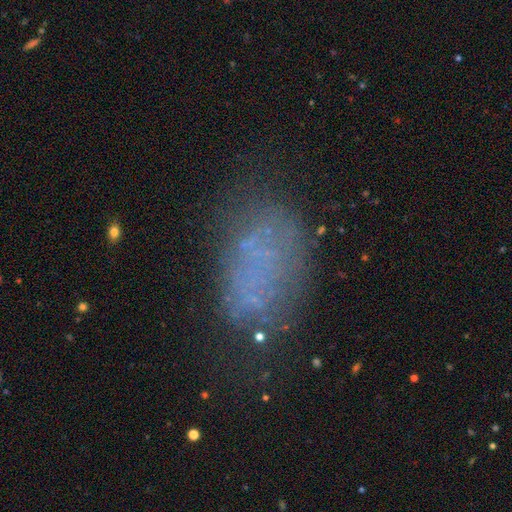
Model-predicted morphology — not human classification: Smooth or featured: smooth — 46% (featured or disk — 35%)
Merging: none — 58% (minor disturbance — 20%)